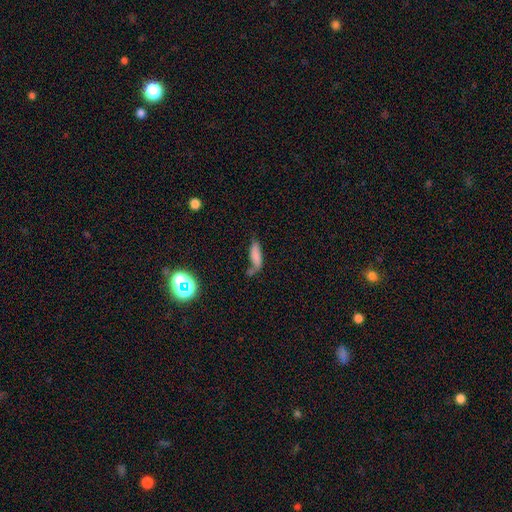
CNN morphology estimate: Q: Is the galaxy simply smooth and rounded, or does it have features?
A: smooth — 74%.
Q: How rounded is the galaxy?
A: in between — 56%.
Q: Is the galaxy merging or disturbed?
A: none — 40%.